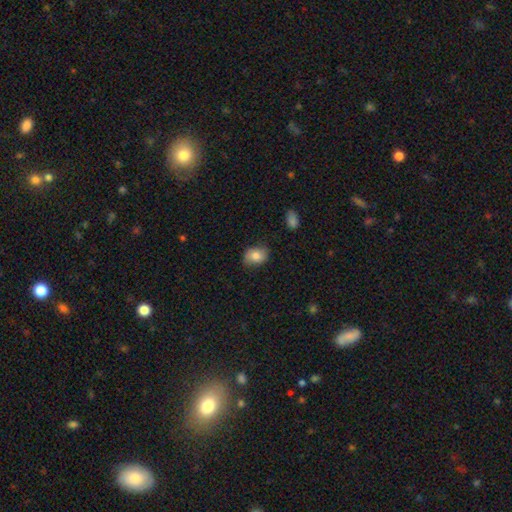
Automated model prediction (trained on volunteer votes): smooth 78%, featured or disk 14%, star or artifact 8%. Down the decision tree: how rounded — in between (64%); merging — none (76%).